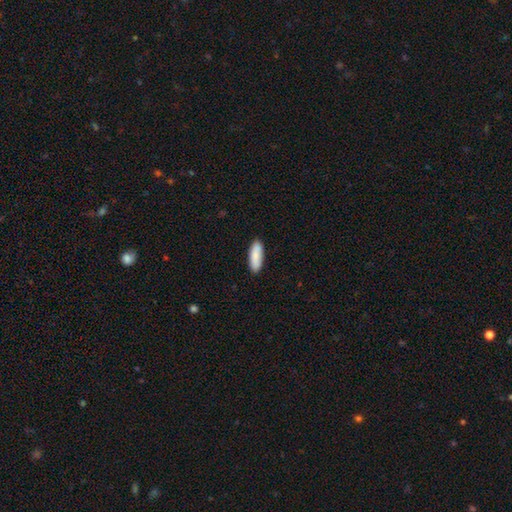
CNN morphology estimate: A smooth galaxy with no disk features (88%) that is in between round and cigar-shaped (60%). Merging: none (90%).